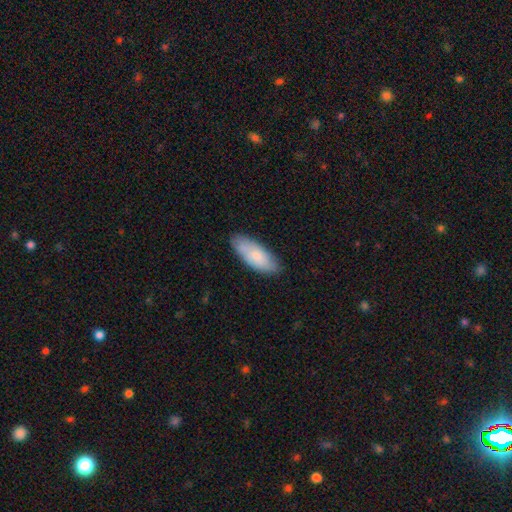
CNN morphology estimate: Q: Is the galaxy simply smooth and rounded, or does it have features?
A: smooth — 75%.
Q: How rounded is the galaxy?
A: in between — 79%.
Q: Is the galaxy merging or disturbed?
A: none — 77%.